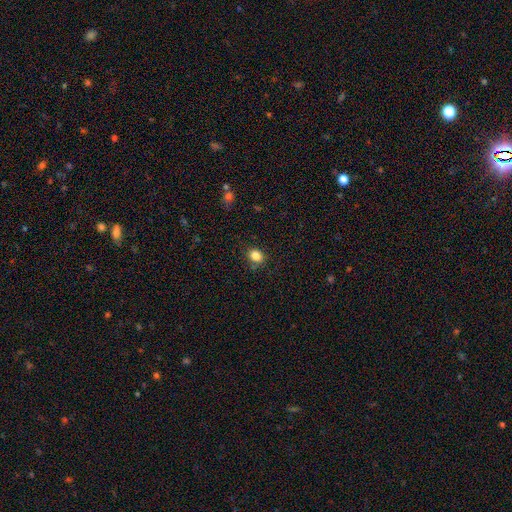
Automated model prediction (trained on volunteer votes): The model was most divided on "how rounded": in between: 50%, round: 49%, cigar-shaped: 1%. More confident: smooth or featured — smooth (83%); merging — none (80%).